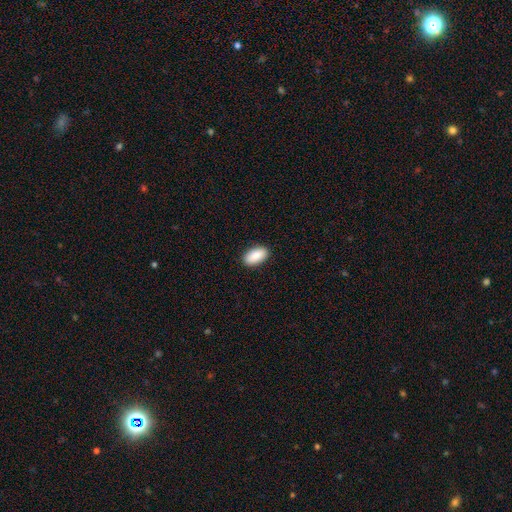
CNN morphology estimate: type=smooth (89%); roundness=in between (94%); merging=none (90%).